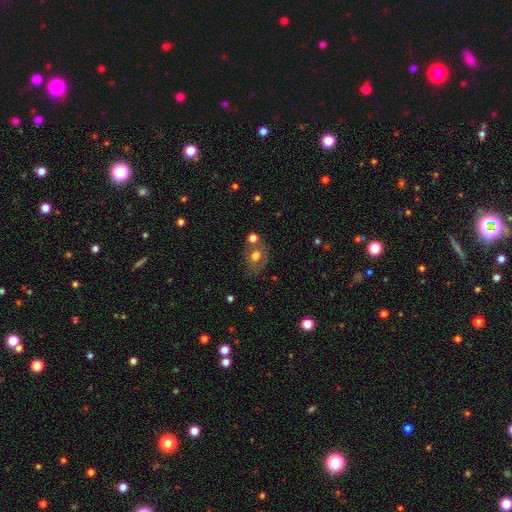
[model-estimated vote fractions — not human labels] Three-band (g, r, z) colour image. It shows a smooth galaxy with no disk features (64%) that is in between round and cigar-shaped (53%). Merging: none (59%).